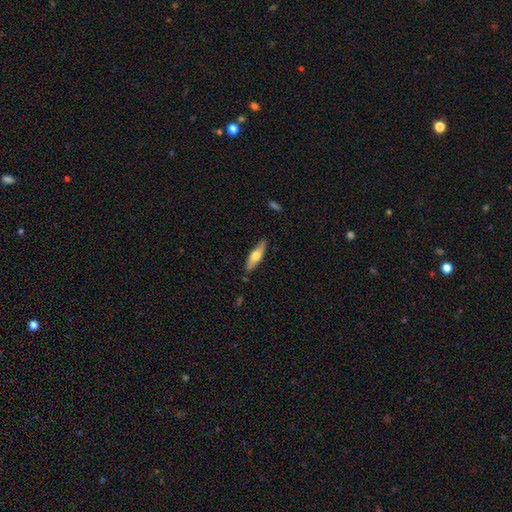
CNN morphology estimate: smooth_or_featured: smooth (p=0.54) [alt: featured or disk p=0.40]
how_rounded: cigar-shaped (p=0.62) [alt: in between p=0.36]
merging: none (p=0.86) [alt: minor disturbance p=0.11]